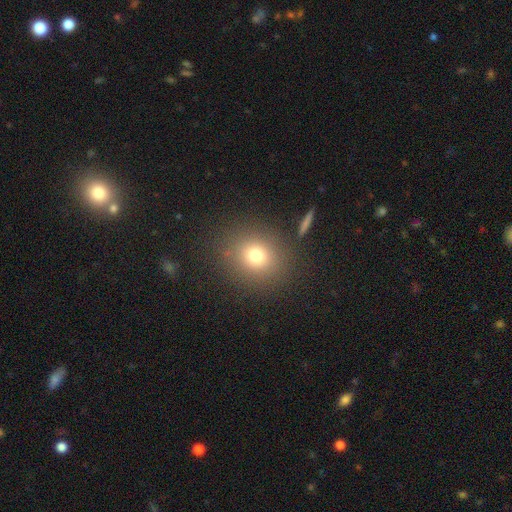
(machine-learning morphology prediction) Smooth or featured? smooth (74%)
How rounded? round (81%)
Merging? none (85%)